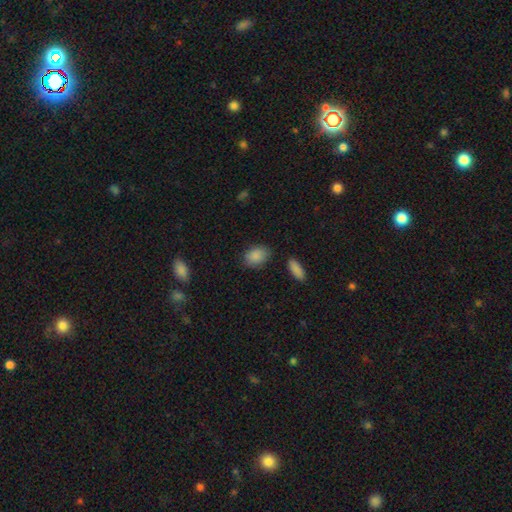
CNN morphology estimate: A smooth galaxy with no disk features (88%) that is in between round and cigar-shaped (79%).

Vote fractions:
- Smooth or featured? smooth: 88% / star or artifact: 7% / featured or disk: 5%
- How rounded? in between: 79% / round: 19% / cigar-shaped: 2%
- Merging? none: 79% / minor disturbance: 14% / merger: 4% / major disturbance: 3%